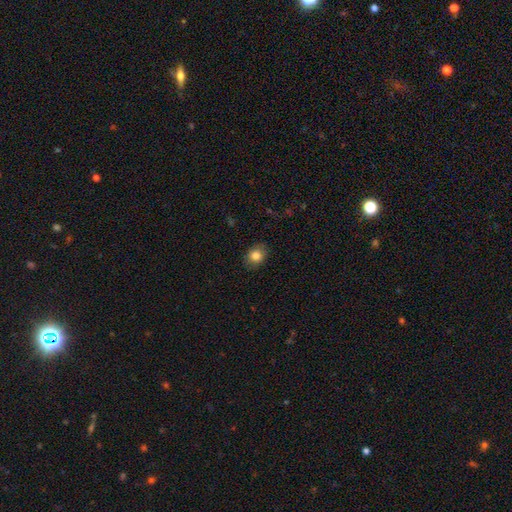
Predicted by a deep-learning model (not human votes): Morphology: type=smooth (83%); roundness=round (53%); merging=none (86%).